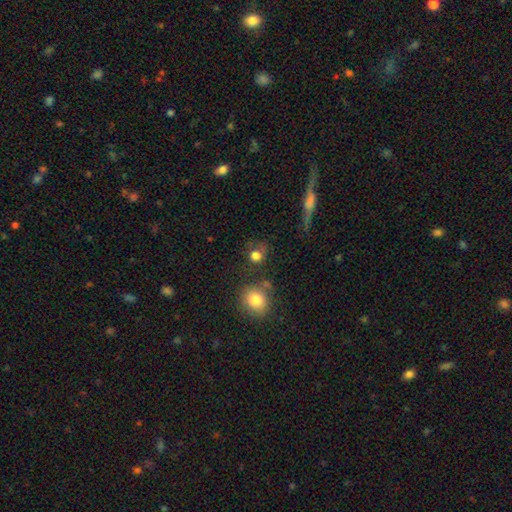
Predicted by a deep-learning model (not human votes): smooth 77%, star or artifact 14%, featured or disk 9%. Down the decision tree: how rounded — round (78%); merging — none (58%).